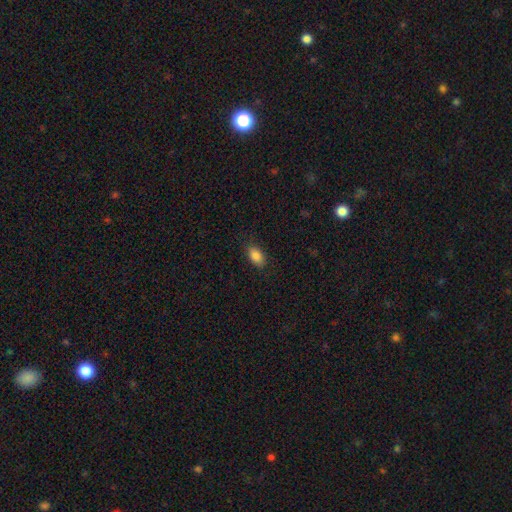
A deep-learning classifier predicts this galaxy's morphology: Q: Smooth or featured?
A: smooth (87%); runner-up: star or artifact (8%)
Q: How rounded?
A: in between (91%); runner-up: round (6%)
Q: Merging?
A: none (85%); runner-up: minor disturbance (11%)